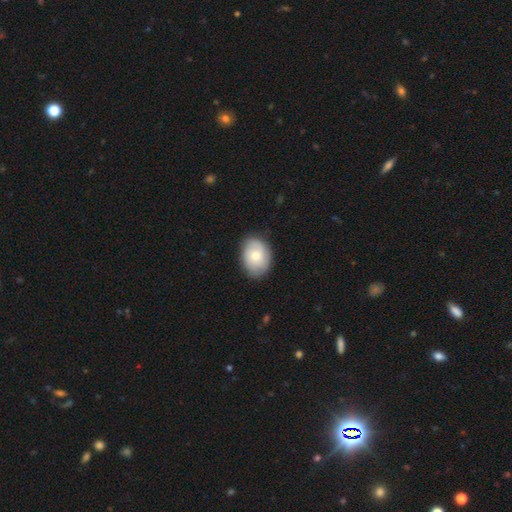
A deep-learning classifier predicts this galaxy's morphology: Overall: smooth (68%). How rounded: in between (69%; round 30%). Merging: none (80%).